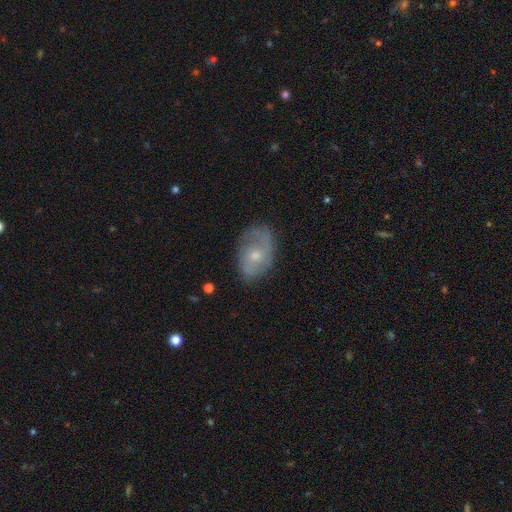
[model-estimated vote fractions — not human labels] Smooth or featured: featured or disk — 59% (smooth — 34%)
Edge-on disk: no — 95% (yes — 5%)
Bar: no — 72% (weak — 25%)
Spiral arms: yes — 75% (no — 25%)
Bulge size: moderate — 52% (small — 43%)
Merging: none — 67% (minor disturbance — 23%)